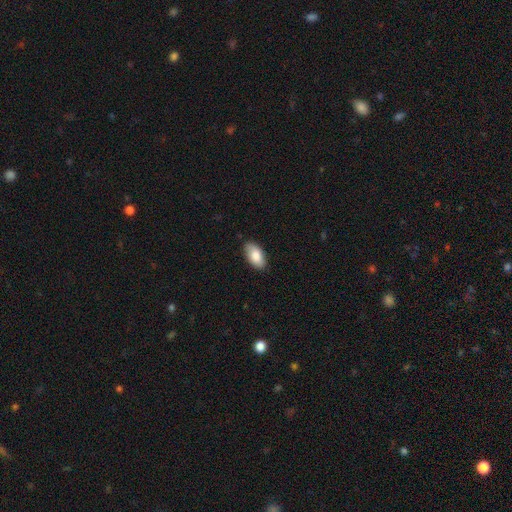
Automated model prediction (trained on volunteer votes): The model was most divided on "merging": none: 85%, minor disturbance: 12%, major disturbance: 2%, merger: 1%. More confident: how rounded — in between (95%); smooth or featured — smooth (85%).